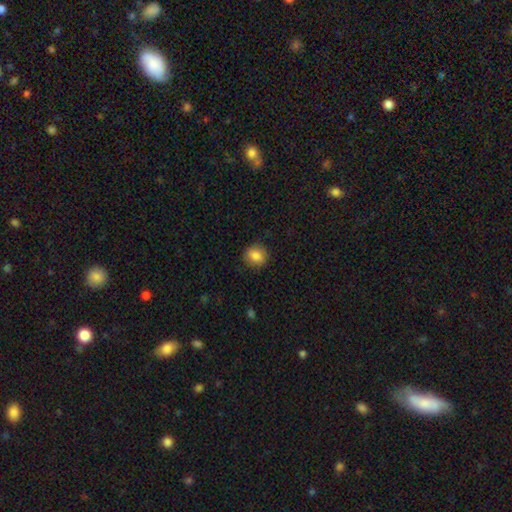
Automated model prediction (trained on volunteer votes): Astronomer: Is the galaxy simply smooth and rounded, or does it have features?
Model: smooth — 85%.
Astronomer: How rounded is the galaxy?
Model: round — 76%.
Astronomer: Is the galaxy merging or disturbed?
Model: none — 86%.